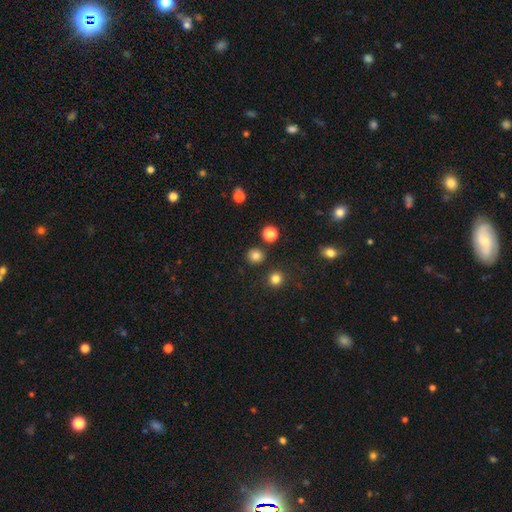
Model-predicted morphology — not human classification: type=smooth (81%); roundness=round (88%); merging=none (88%).